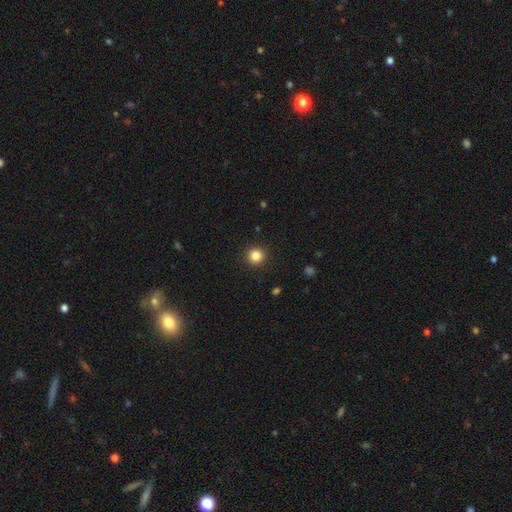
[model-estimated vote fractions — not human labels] The model was most divided on "smooth or featured": smooth: 84%, star or artifact: 11%, featured or disk: 5%. More confident: how rounded — round (95%); merging — none (93%).